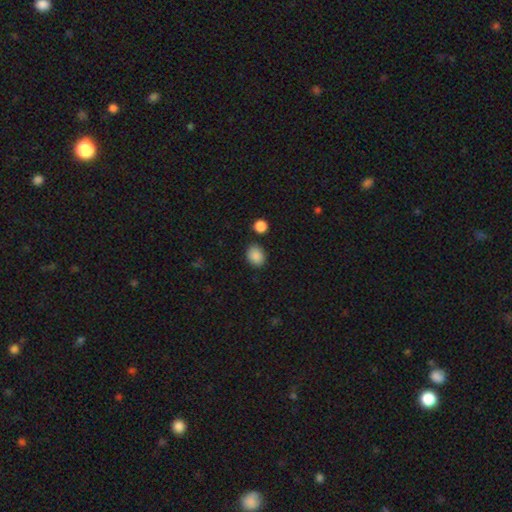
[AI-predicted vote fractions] smooth-or-featured: smooth: 88% | star or artifact: 9% | featured or disk: 3%
  how-rounded: in between: 53% | round: 46% | cigar-shaped: 1%
  merging: none: 85% | minor disturbance: 9% | merger: 3% | major disturbance: 3%